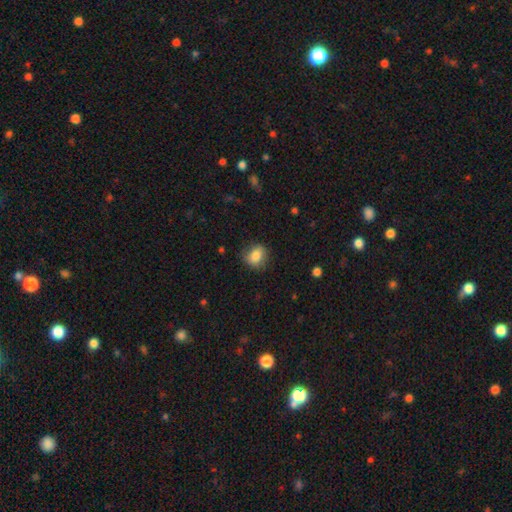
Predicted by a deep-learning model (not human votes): A smooth galaxy with no disk features (83%) that is round (62%).

Vote fractions:
- Smooth or featured? smooth: 83% / star or artifact: 9% / featured or disk: 8%
- How rounded? round: 62% / in between: 37% / cigar-shaped: 1%
- Merging? none: 80% / minor disturbance: 15% / major disturbance: 4% / merger: 1%